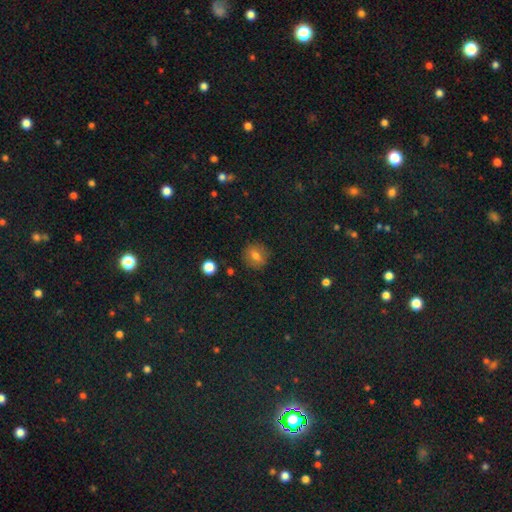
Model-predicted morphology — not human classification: Smooth or featured? smooth (72%)
How rounded? round (78%)
Merging? none (85%)